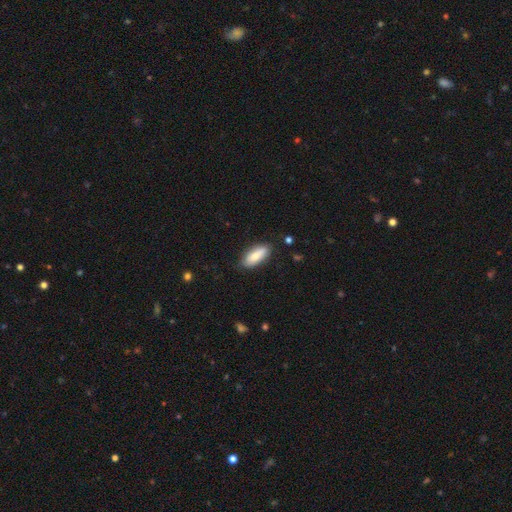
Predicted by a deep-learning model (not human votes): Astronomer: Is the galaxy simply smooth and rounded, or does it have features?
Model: smooth — 80%.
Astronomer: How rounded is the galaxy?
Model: in between — 77%.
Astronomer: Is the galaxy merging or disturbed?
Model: none — 83%.